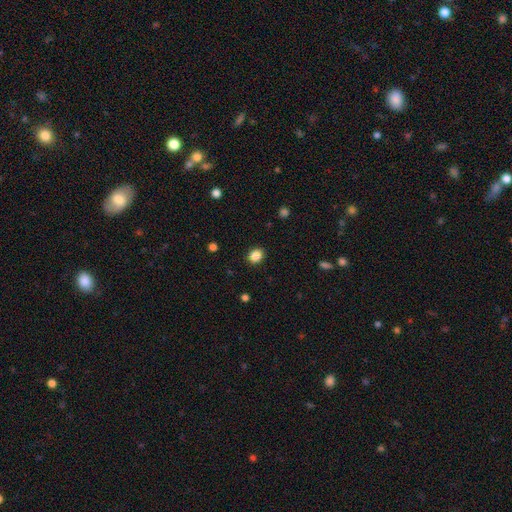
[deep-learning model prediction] A smooth galaxy with no disk features (86%) that is round (53%).

Vote fractions:
- Smooth or featured? smooth: 86% / star or artifact: 10% / featured or disk: 4%
- How rounded? round: 53% / in between: 46% / cigar-shaped: 1%
- Merging? none: 90% / minor disturbance: 7% / major disturbance: 2% / merger: 1%